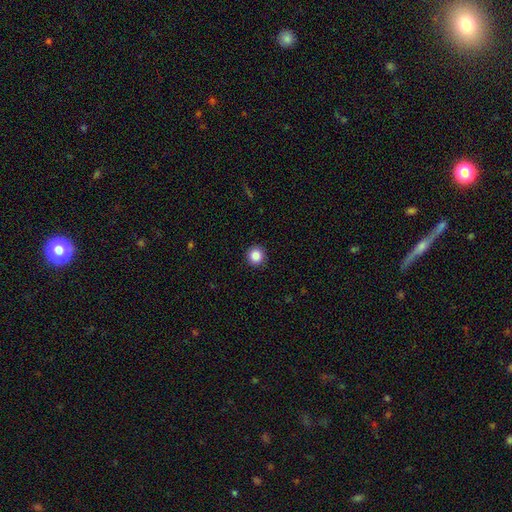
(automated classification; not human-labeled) Smooth or featured?
  - smooth: 86% *
  - star or artifact: 10%
  - featured or disk: 4%
How rounded?
  - round: 94% *
  - in between: 5%
  - cigar-shaped: 1%
Merging?
  - none: 92% *
  - minor disturbance: 6%
  - major disturbance: 2%
  - merger: 1%